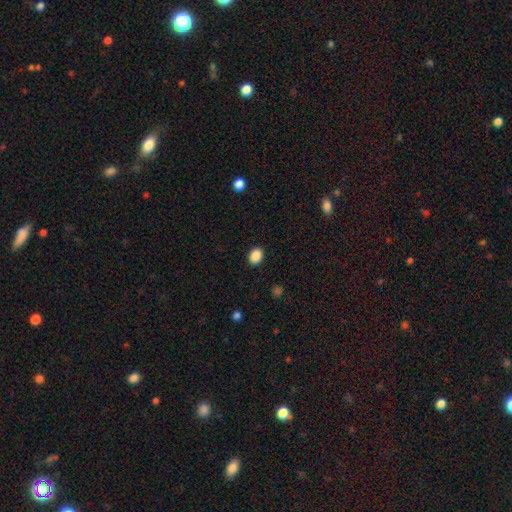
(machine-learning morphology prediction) Smooth or featured?
  - smooth: 89% *
  - star or artifact: 9%
  - featured or disk: 3%
How rounded?
  - in between: 63% *
  - round: 36%
  - cigar-shaped: 1%
Merging?
  - none: 90% *
  - minor disturbance: 7%
  - major disturbance: 2%
  - merger: 1%